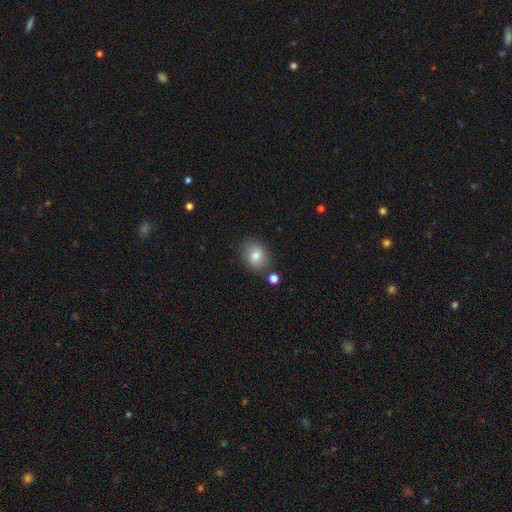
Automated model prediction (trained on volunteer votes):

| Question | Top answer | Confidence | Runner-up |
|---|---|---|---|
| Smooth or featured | smooth | 79% | featured or disk (11%) |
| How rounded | round | 52% | in between (47%) |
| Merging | none | 79% | minor disturbance (12%) |